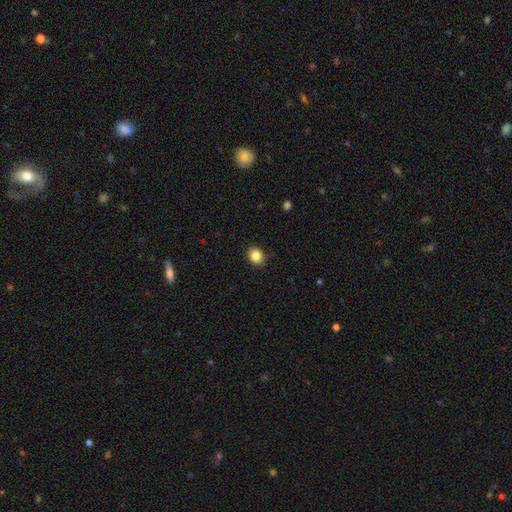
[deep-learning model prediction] The model was most divided on "how rounded": round: 51%, in between: 48%, cigar-shaped: 1%. More confident: merging — none (89%); smooth or featured — smooth (86%).